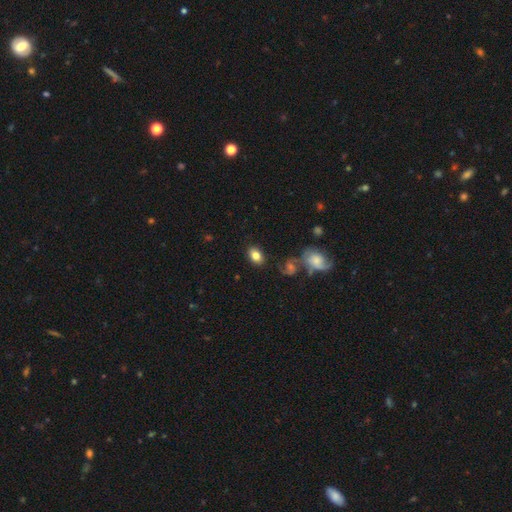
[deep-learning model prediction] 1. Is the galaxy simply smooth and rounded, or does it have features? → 82% smooth, 11% featured or disk, 8% star or artifact.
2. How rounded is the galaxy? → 82% in between, 17% round, 1% cigar-shaped.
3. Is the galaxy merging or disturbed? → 80% none, 11% minor disturbance, 5% merger, 4% major disturbance.